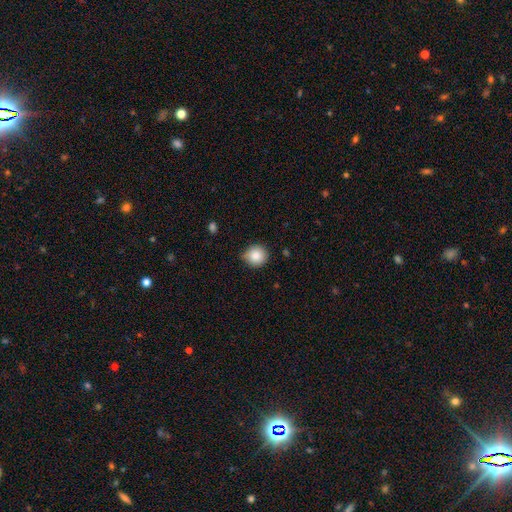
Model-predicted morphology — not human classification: This appears to be a smooth galaxy with no disk features (84%) that is round (90%). Merging: none (77%).